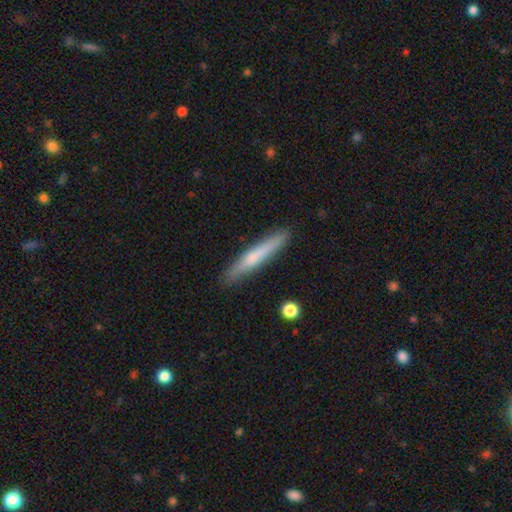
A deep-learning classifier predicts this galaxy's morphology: smooth_or_featured: smooth (p=0.59) [alt: featured or disk p=0.35]
how_rounded: cigar-shaped (p=0.95) [alt: in between p=0.04]
merging: none (p=0.89) [alt: minor disturbance p=0.08]